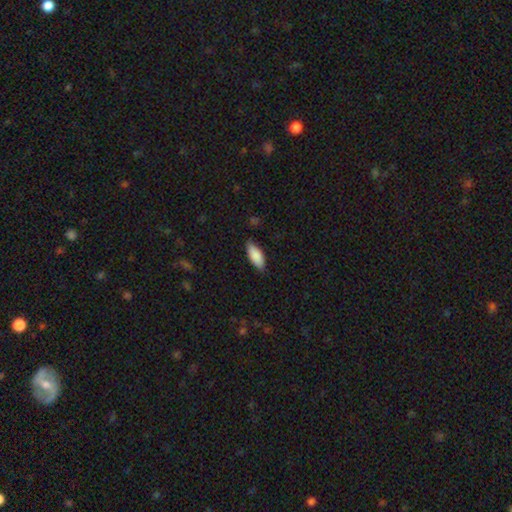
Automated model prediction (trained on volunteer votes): Smooth or featured? Predicted: smooth (p=0.88). How rounded? Predicted: in between (p=0.80). Merging? Predicted: none (p=0.82).